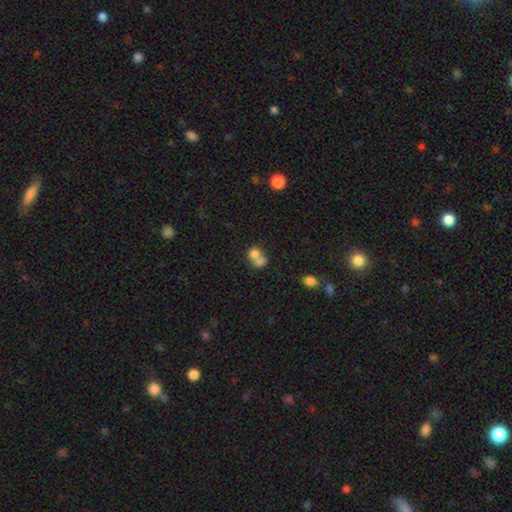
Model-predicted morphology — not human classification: type=smooth (75%); roundness=round (66%); merging=merger (66%).